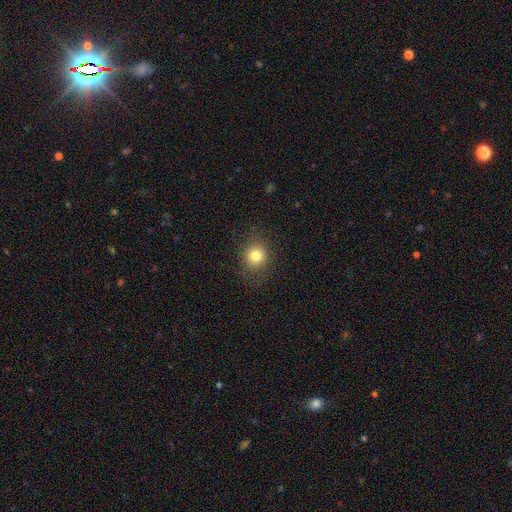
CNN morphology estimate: A smooth galaxy with no disk features (80%) that is round (84%).

Vote fractions:
- Smooth or featured? smooth: 80% / star or artifact: 12% / featured or disk: 8%
- How rounded? round: 84% / in between: 15% / cigar-shaped: 1%
- Merging? none: 85% / minor disturbance: 10% / major disturbance: 4% / merger: 1%